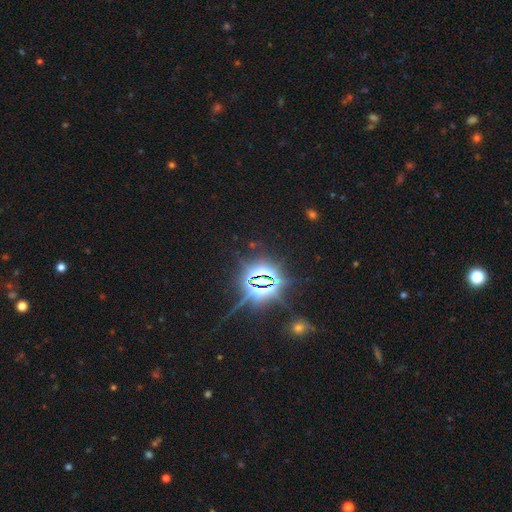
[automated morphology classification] star or artifact 85%, smooth 8%, featured or disk 7%.